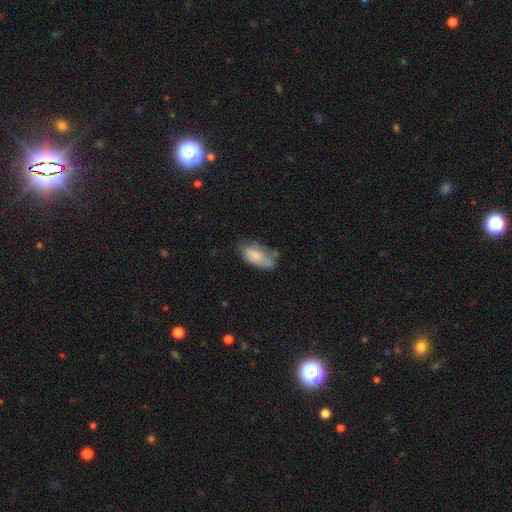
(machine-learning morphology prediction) A smooth galaxy with no disk features (76%) that is in between round and cigar-shaped (89%).

Vote fractions:
- Smooth or featured? smooth: 76% / featured or disk: 16% / star or artifact: 7%
- How rounded? in between: 89% / cigar-shaped: 8% / round: 3%
- Merging? none: 43% / minor disturbance: 35% / major disturbance: 14% / merger: 8%